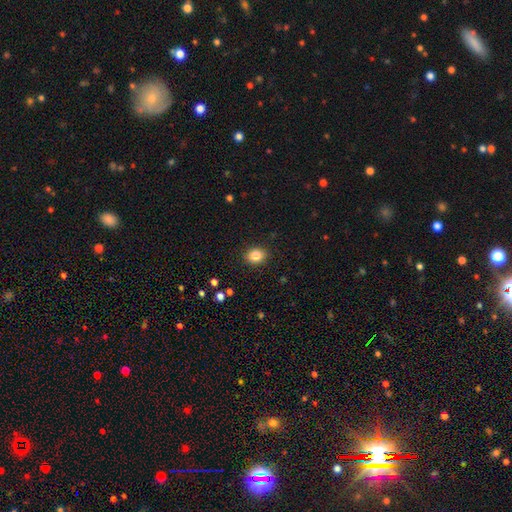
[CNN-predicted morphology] The model was most divided on "how rounded": round: 54%, in between: 45%, cigar-shaped: 1%. More confident: merging — none (90%); smooth or featured — smooth (85%).